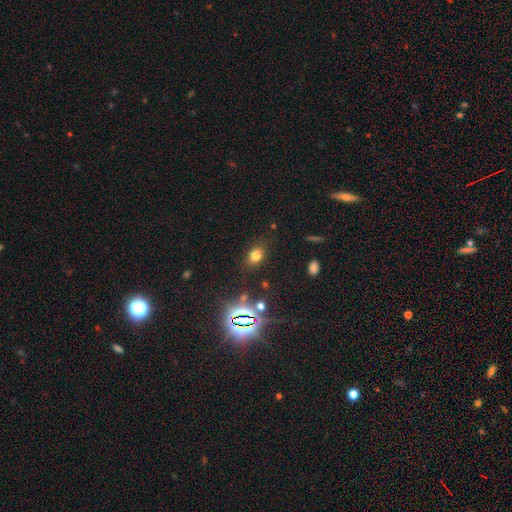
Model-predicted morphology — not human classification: The model was most divided on "how rounded": in between: 68%, round: 31%, cigar-shaped: 2%. More confident: merging — none (82%); smooth or featured — smooth (71%).